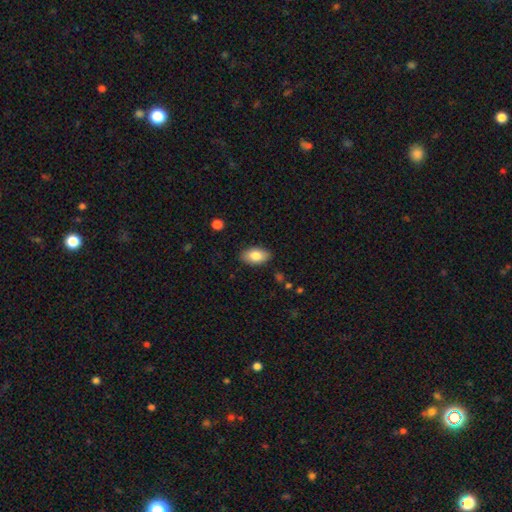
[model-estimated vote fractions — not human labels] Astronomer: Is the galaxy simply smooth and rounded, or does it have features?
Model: smooth — 83%.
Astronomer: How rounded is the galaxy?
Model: in between — 93%.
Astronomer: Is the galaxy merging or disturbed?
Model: none — 87%.